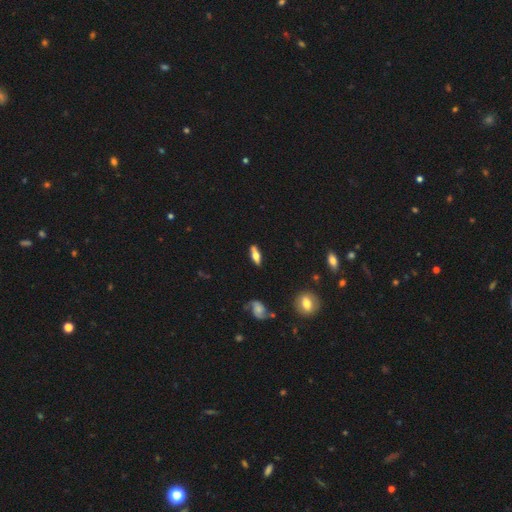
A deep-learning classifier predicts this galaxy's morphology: Q: Smooth or featured?
A: featured or disk (52%); runner-up: smooth (40%)
Q: Edge-on disk?
A: yes (82%); runner-up: no (18%)
Q: Merging?
A: none (75%); runner-up: minor disturbance (14%)